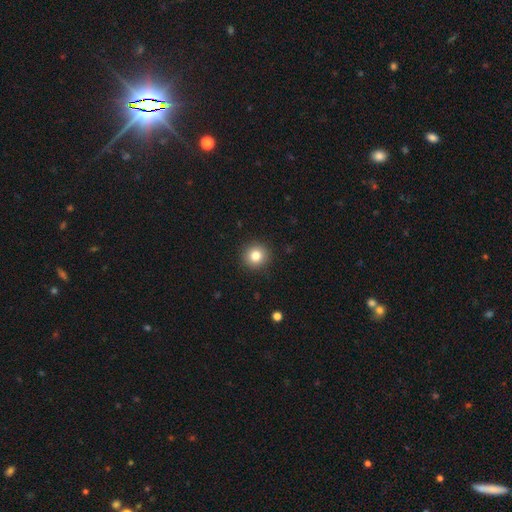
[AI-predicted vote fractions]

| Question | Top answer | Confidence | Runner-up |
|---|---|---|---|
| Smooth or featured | smooth | 82% | star or artifact (11%) |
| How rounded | round | 93% | in between (6%) |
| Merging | none | 92% | minor disturbance (5%) |